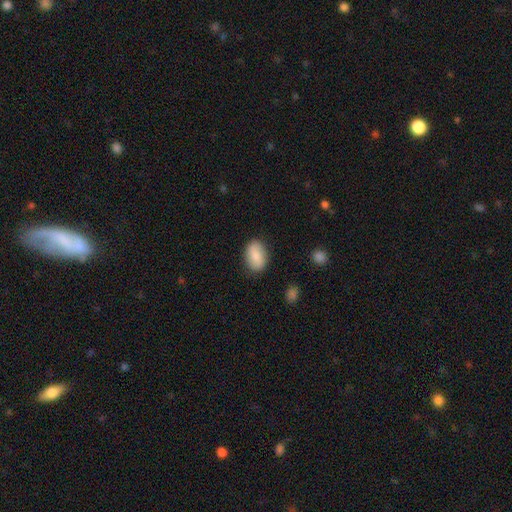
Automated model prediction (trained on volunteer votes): Morphology: type=smooth (81%); roundness=in between (87%); merging=none (84%).